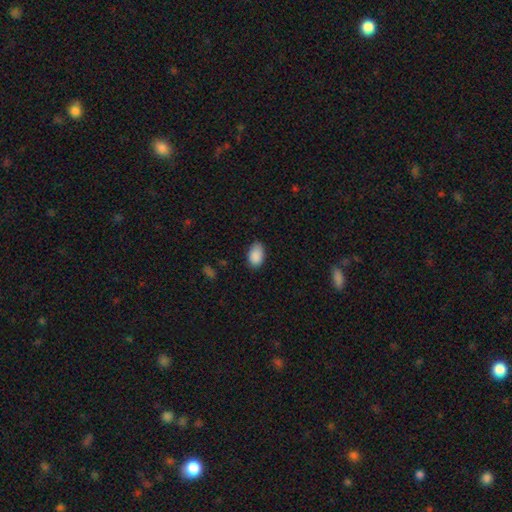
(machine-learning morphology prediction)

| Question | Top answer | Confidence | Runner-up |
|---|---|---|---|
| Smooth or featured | smooth | 89% | star or artifact (7%) |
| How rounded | in between | 90% | round (9%) |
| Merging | none | 77% | minor disturbance (19%) |